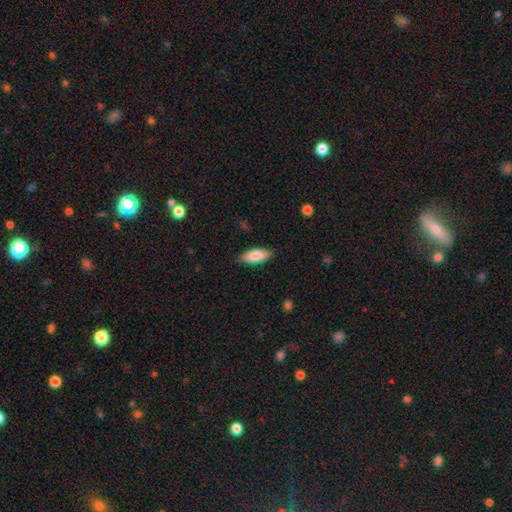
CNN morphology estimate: A smooth galaxy with no disk features (85%) that is in between round and cigar-shaped (84%). Merging: none (85%).